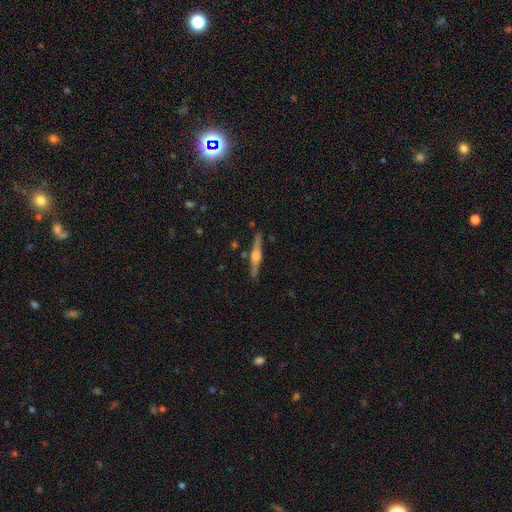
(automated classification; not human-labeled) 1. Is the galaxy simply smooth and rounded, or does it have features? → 72% featured or disk, 22% smooth, 6% star or artifact.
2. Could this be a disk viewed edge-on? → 97% yes, 3% no.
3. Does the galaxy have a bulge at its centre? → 83% rounded, 13% boxy, 4% none.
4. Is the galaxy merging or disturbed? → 88% none, 9% minor disturbance, 2% major disturbance, 2% merger.